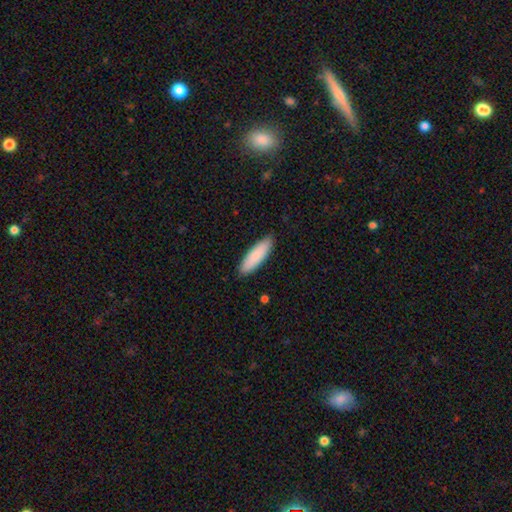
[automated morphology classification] Smooth or featured: smooth — 86% (featured or disk — 9%)
How rounded: cigar-shaped — 58% (in between — 40%)
Merging: none — 90% (minor disturbance — 8%)